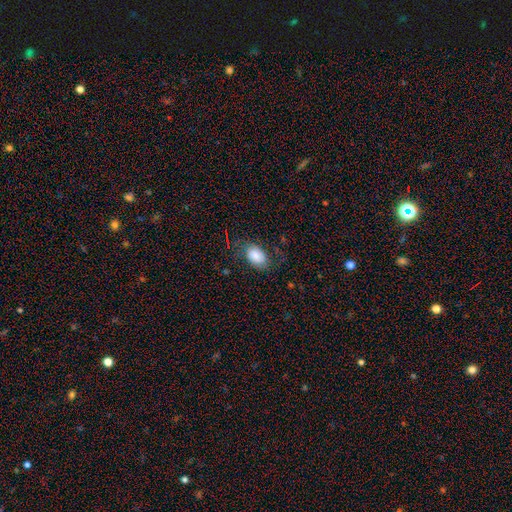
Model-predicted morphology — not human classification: Smooth or featured?
  - smooth: 63% *
  - featured or disk: 27%
  - star or artifact: 10%
How rounded?
  - in between: 87% *
  - round: 12%
  - cigar-shaped: 1%
Merging?
  - none: 61% *
  - minor disturbance: 21%
  - major disturbance: 17%
  - merger: 2%